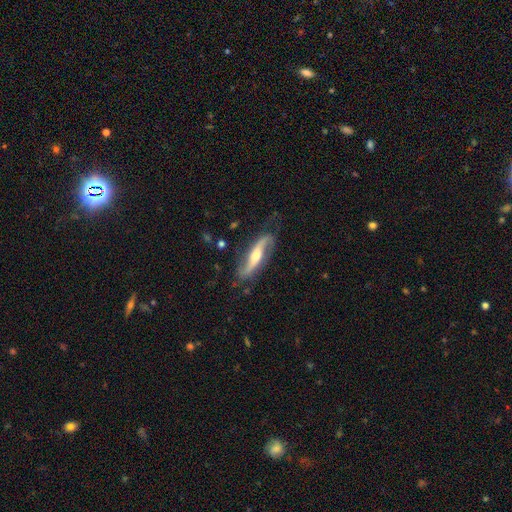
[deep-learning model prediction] featured or disk 85%, smooth 10%, star or artifact 5%. Down the decision tree: edge-on disk — no (79%); bar — strong (40%); spiral arms — yes (95%); spiral arm count — 2 (91%); spiral winding — loose (64%); bulge size — moderate (63%); merging — none (72%).